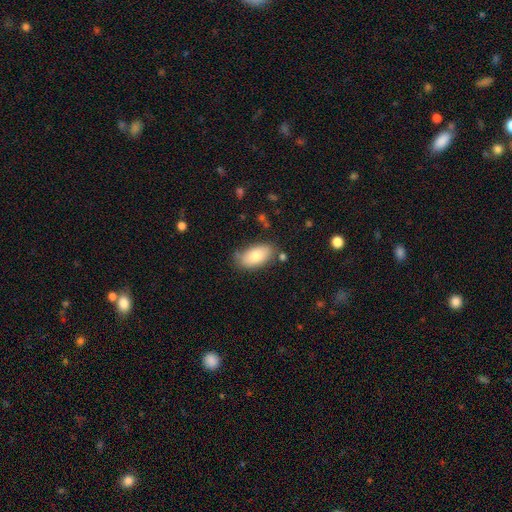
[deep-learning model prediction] Overall: smooth (80%). How rounded: in between (94%). Merging: none (74%).